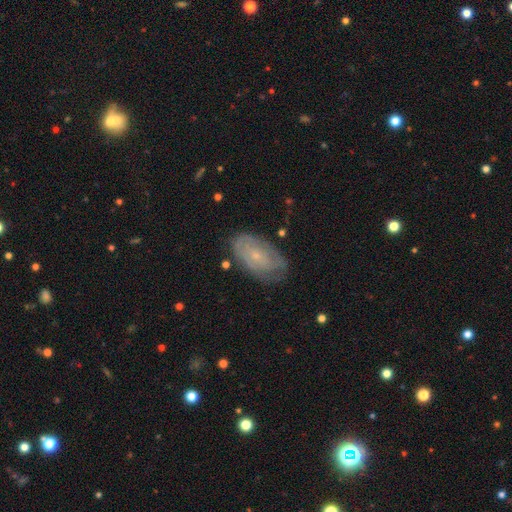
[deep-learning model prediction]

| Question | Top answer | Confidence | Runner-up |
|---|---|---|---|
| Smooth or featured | featured or disk | 66% | smooth (27%) |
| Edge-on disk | no | 94% | yes (6%) |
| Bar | no | 75% | weak (21%) |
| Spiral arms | yes | 76% | no (24%) |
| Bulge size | small | 78% | moderate (17%) |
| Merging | none | 70% | minor disturbance (22%) |